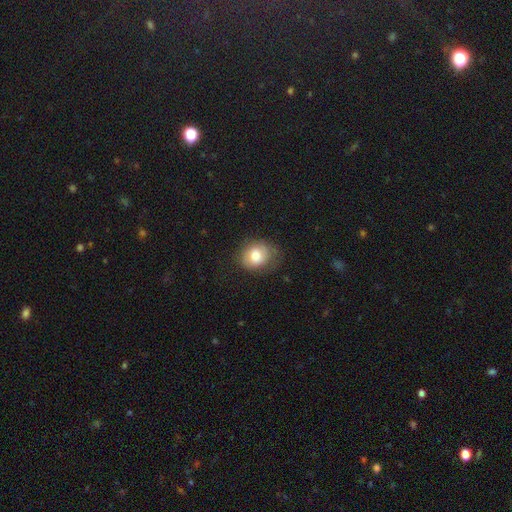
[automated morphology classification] Smooth or featured? smooth (74%)
How rounded? round (59%)
Merging? none (63%)